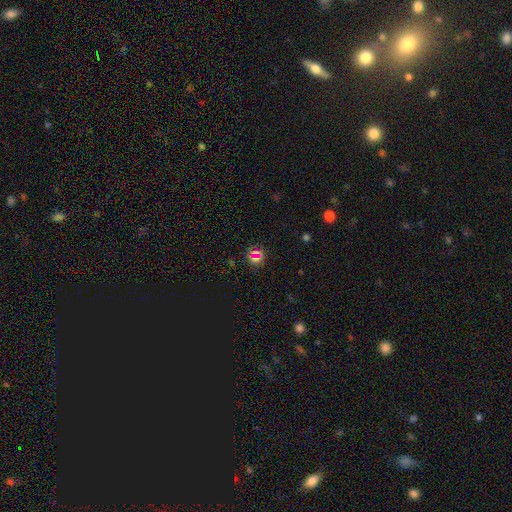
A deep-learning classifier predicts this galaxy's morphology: Q: Smooth or featured?
A: smooth (45%); runner-up: star or artifact (43%)
Q: Merging?
A: none (79%); runner-up: minor disturbance (9%)